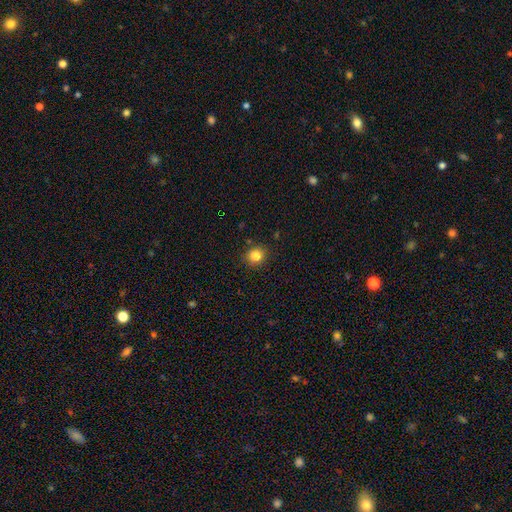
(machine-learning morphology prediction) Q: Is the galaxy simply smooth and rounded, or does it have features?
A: smooth — 84%.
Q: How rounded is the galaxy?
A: round — 81%.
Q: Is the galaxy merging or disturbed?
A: none — 85%.